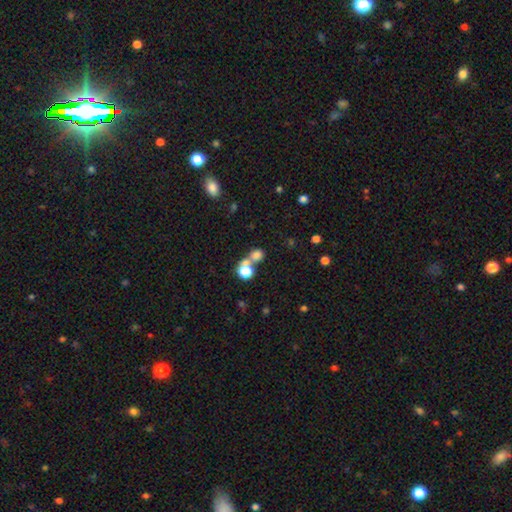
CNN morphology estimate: The model was most divided on "smooth or featured": smooth: 53%, star or artifact: 35%, featured or disk: 12%. More confident: how rounded — round (69%); merging — none (55%).